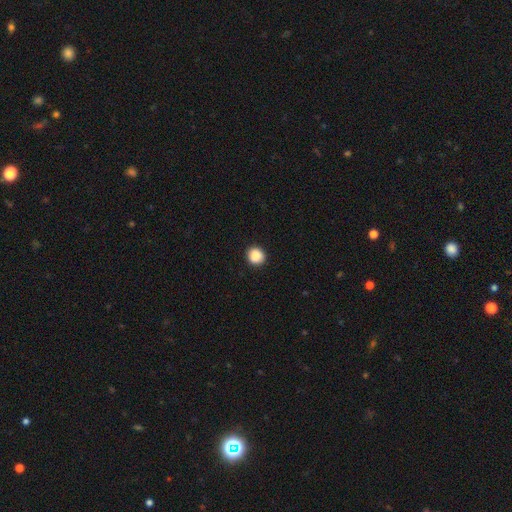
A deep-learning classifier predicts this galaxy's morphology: This is clearly a smooth galaxy (89%). How rounded: clearly round (90%). Merging: clearly none (91%).